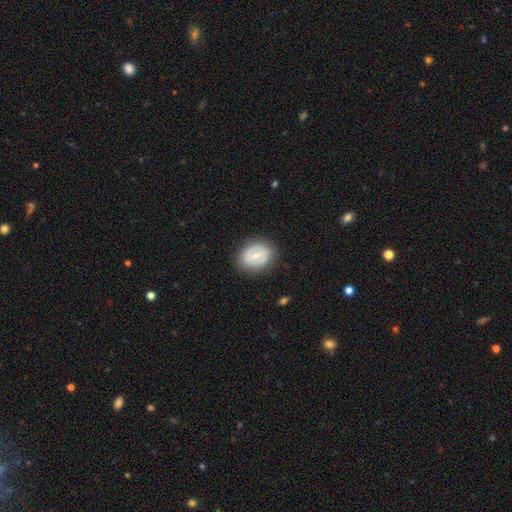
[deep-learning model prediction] Smooth or featured?
  - smooth: 53% *
  - featured or disk: 40%
  - star or artifact: 7%
How rounded?
  - round: 50% *
  - in between: 48%
  - cigar-shaped: 1%
Merging?
  - none: 81% *
  - minor disturbance: 14%
  - major disturbance: 5%
  - merger: 1%